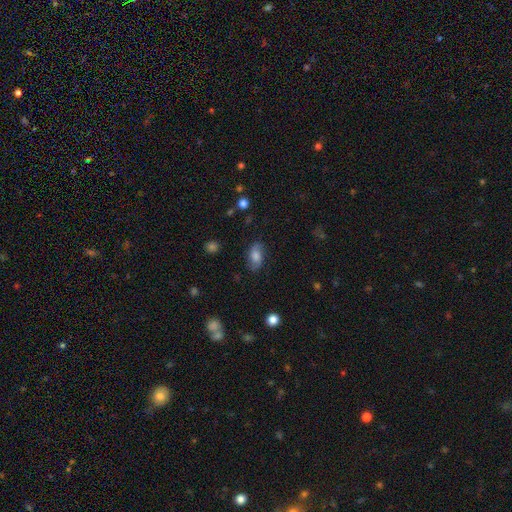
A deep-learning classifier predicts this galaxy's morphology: Q: Smooth or featured?
A: smooth (60%); runner-up: featured or disk (31%)
Q: How rounded?
A: in between (89%); runner-up: round (7%)
Q: Merging?
A: none (77%); runner-up: minor disturbance (16%)